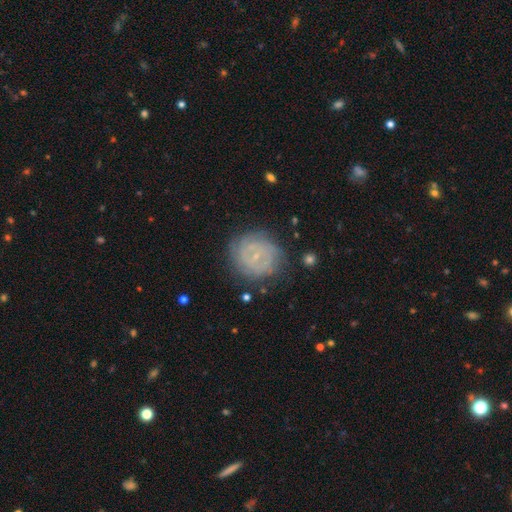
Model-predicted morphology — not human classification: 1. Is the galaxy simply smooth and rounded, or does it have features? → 65% featured or disk, 26% smooth, 9% star or artifact.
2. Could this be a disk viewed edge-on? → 97% no, 3% yes.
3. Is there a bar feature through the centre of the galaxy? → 53% no, 38% weak, 9% strong.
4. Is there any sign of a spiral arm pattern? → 81% yes, 19% no.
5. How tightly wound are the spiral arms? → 69% tight, 23% medium, 8% loose.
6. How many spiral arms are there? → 45% can't tell, 29% 2, 11% 3, 6% 4, 5% 1, 4% more than 4.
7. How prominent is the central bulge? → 79% small, 10% moderate, 9% none, 1% large, 1% dominant.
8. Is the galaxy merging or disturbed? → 78% none, 15% minor disturbance, 6% major disturbance, 2% merger.